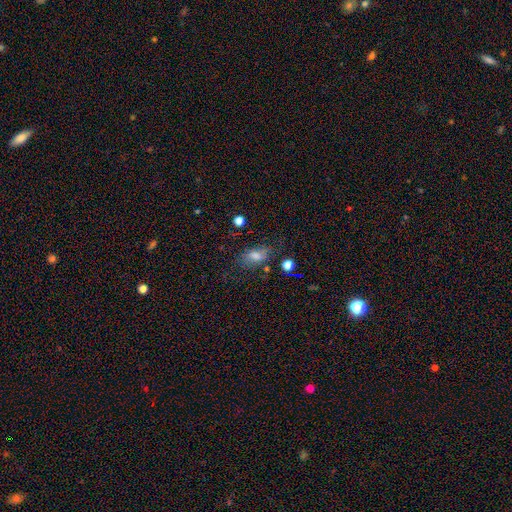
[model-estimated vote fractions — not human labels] smooth 58%, featured or disk 23%, star or artifact 19%. Down the decision tree: how rounded — in between (80%); merging — none (60%).